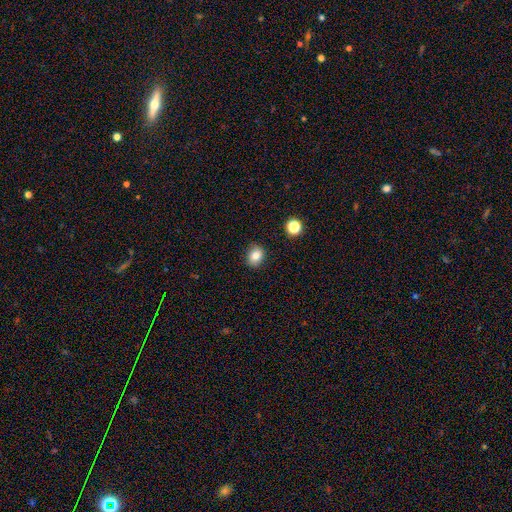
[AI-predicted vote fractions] smooth 81%, star or artifact 11%, featured or disk 8%. Down the decision tree: how rounded — round (56%); merging — none (84%).